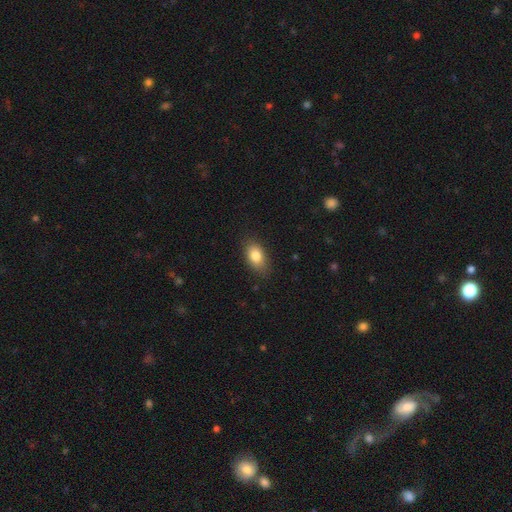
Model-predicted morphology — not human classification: A smooth galaxy with no disk features (83%) that is in between round and cigar-shaped (87%). Merging: none (83%).